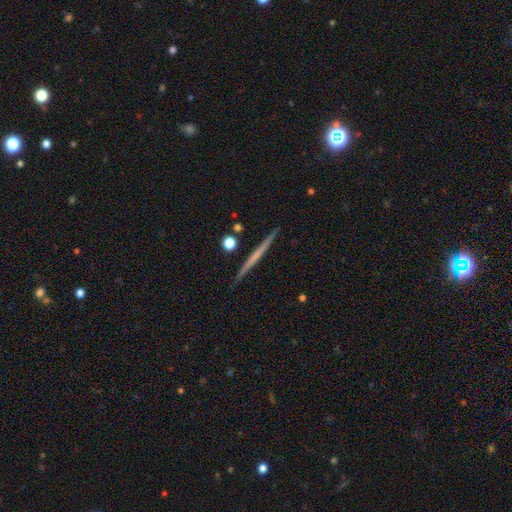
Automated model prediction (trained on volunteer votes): A featured or disk galaxy (56%) viewed edge-on (98%) with no central bulge (88%). Merging: none (91%).